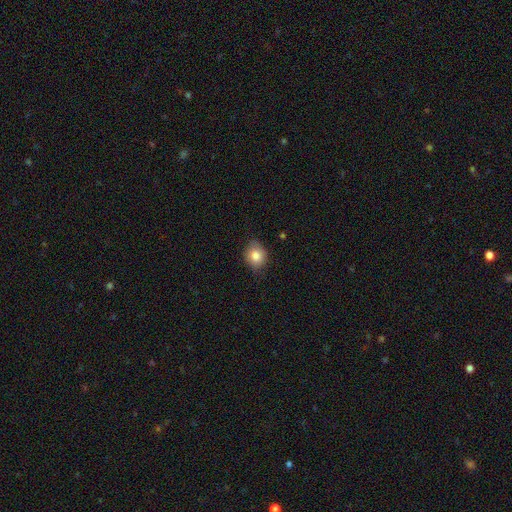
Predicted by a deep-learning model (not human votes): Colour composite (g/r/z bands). It shows a smooth galaxy with no disk features (82%) that is round (60%). Merging: none (76%).